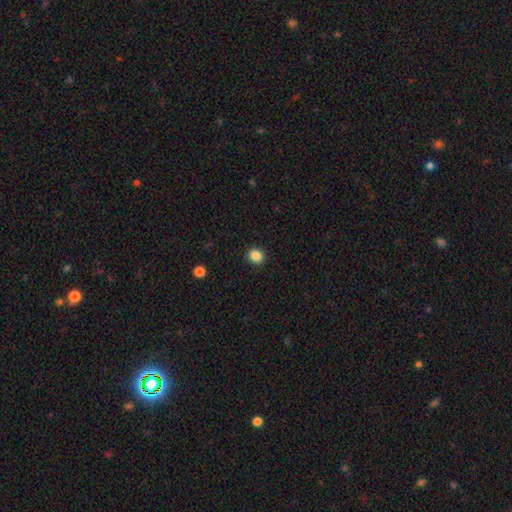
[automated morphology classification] Q: Smooth or featured?
A: smooth (87%); runner-up: star or artifact (10%)
Q: How rounded?
A: round (69%); runner-up: in between (30%)
Q: Merging?
A: none (91%); runner-up: minor disturbance (6%)